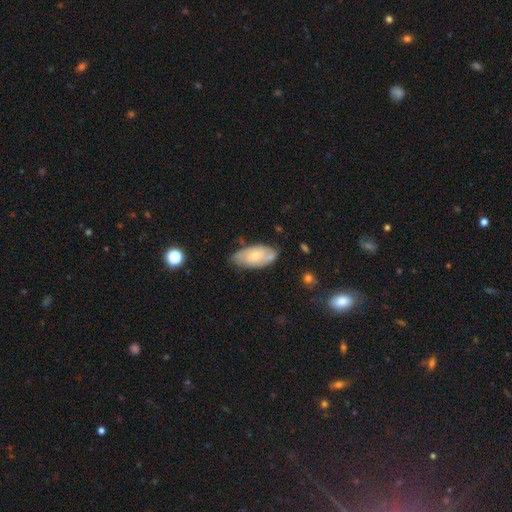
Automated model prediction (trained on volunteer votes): A smooth galaxy with no disk features (51%) that is in between round and cigar-shaped (91%). Merging: none (64%).